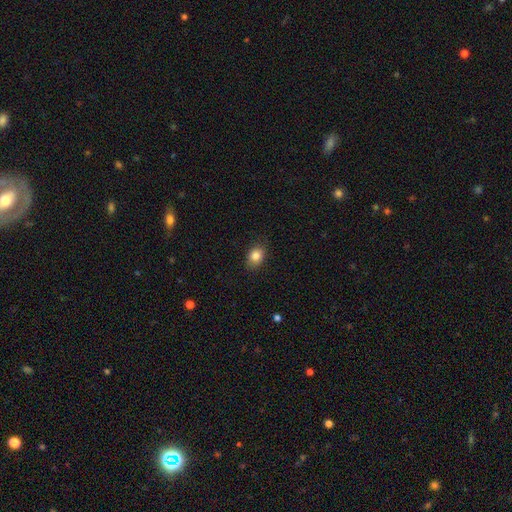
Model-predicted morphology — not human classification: Smooth or featured?
  - smooth: 84% *
  - star or artifact: 9%
  - featured or disk: 6%
How rounded?
  - in between: 67% *
  - round: 32%
  - cigar-shaped: 1%
Merging?
  - none: 85% *
  - minor disturbance: 12%
  - major disturbance: 2%
  - merger: 1%